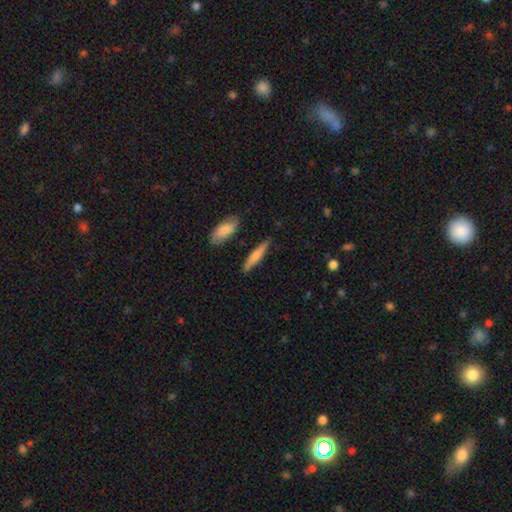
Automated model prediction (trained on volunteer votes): Smooth or featured? Predicted: smooth (p=0.66). How rounded? Predicted: cigar-shaped (p=0.84). Merging? Predicted: none (p=0.86).